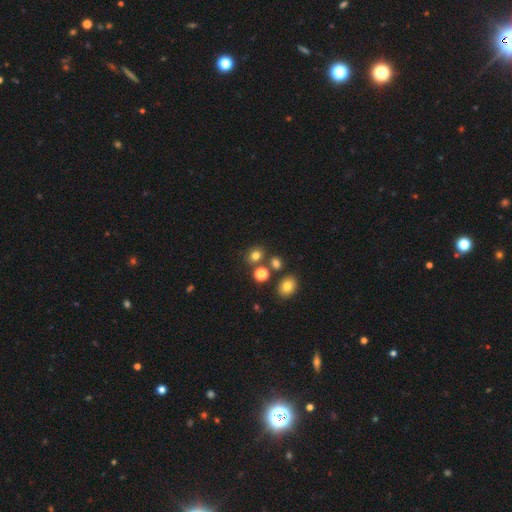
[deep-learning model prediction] The model was most divided on "how rounded": round: 66%, in between: 33%, cigar-shaped: 1%. More confident: smooth or featured — smooth (76%); merging — none (73%).